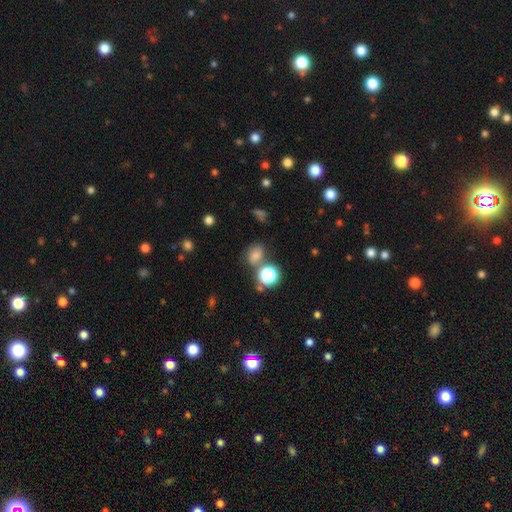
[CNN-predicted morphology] This appears to be a smooth galaxy with no disk features (69%) that is round (51%). Merging: none (61%).